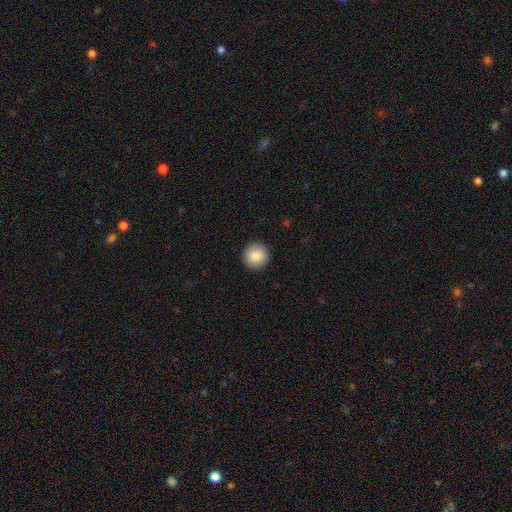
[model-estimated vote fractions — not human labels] This is clearly a smooth galaxy (88%). How rounded: clearly round (96%). Merging: clearly none (93%).